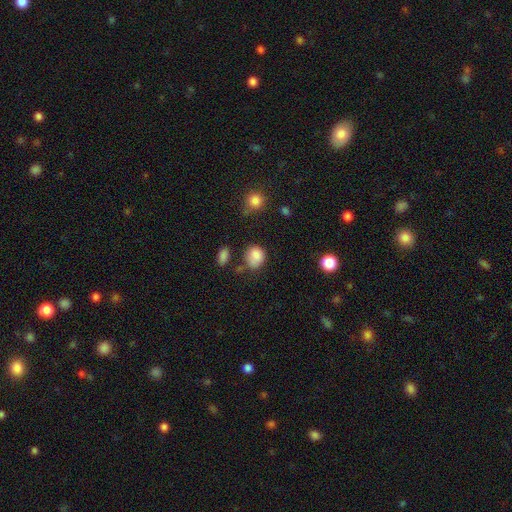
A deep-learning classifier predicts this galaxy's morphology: Q: Smooth or featured?
A: smooth (85%); runner-up: star or artifact (10%)
Q: How rounded?
A: round (67%); runner-up: in between (32%)
Q: Merging?
A: none (58%); runner-up: minor disturbance (26%)